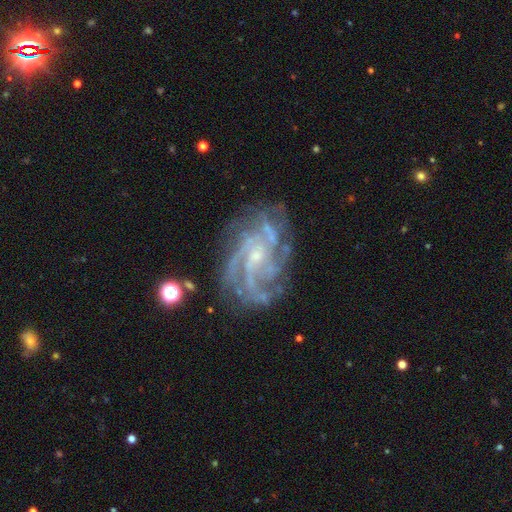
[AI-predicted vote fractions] The model was most divided on "spiral winding": tight: 48%, medium: 42%, loose: 9%. Remaining: edge-on disk — no (97%); spiral arms — yes (97%); smooth or featured — featured or disk (89%); bulge size — small (75%); merging — none (70%); bar — no (62%); spiral arm count — 4 (28%).